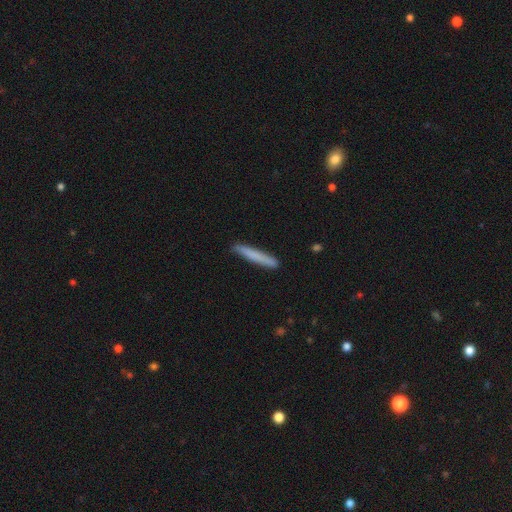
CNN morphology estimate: A smooth galaxy with no disk features (76%) that is cigar-shaped (96%). Merging: none (89%).